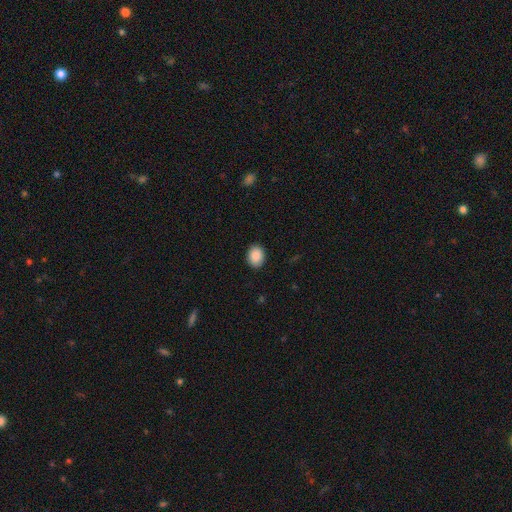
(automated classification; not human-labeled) Morphology: type=smooth (89%); roundness=in between (62%); merging=none (90%).